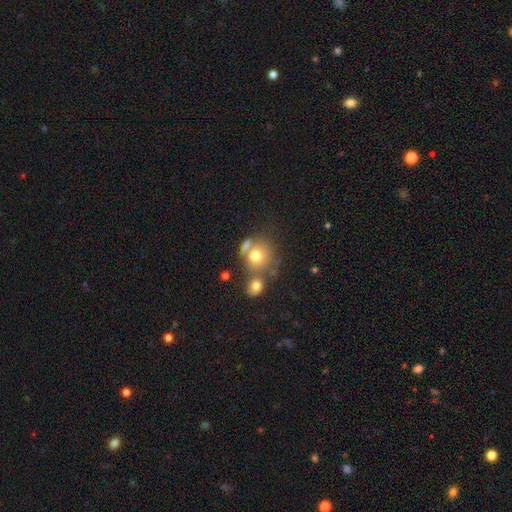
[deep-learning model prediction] Smooth or featured?
  - smooth: 72% *
  - featured or disk: 17%
  - star or artifact: 12%
How rounded?
  - round: 79% *
  - in between: 20%
  - cigar-shaped: 1%
Merging?
  - none: 44% *
  - merger: 37%
  - minor disturbance: 12%
  - major disturbance: 6%